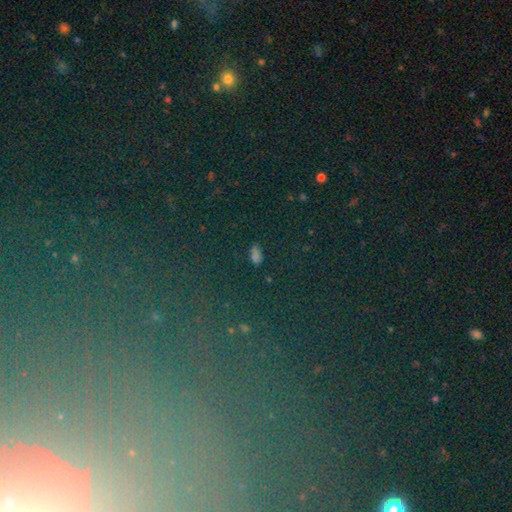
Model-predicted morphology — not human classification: A star or artifact, not a galaxy (72%).

Vote fractions:
- Smooth or featured? star or artifact: 72% / smooth: 17% / featured or disk: 11%